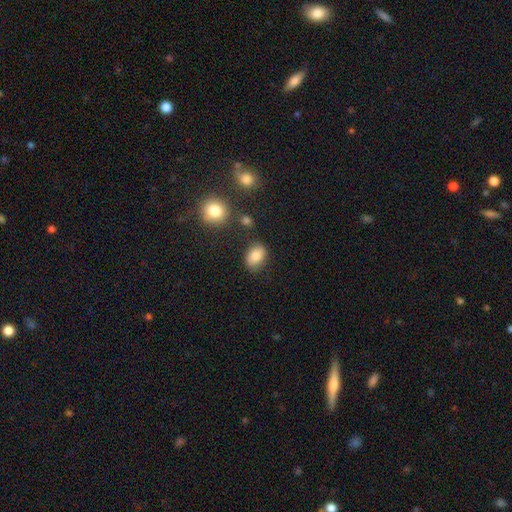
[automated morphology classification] Smooth or featured? smooth (77%)
How rounded? in between (72%)
Merging? none (74%)